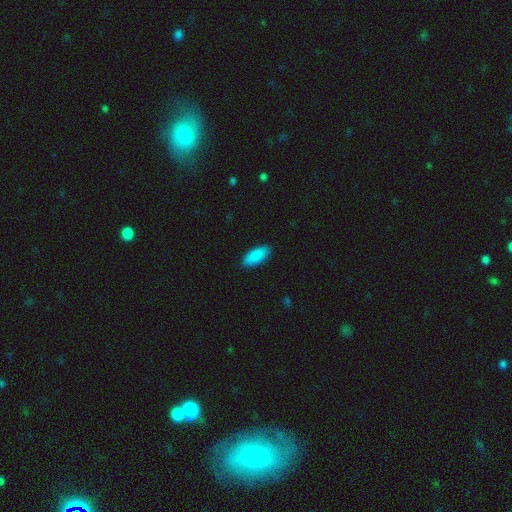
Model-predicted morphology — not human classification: smooth-or-featured: smooth: 90% | star or artifact: 6% | featured or disk: 5%
  how-rounded: in between: 84% | cigar-shaped: 15% | round: 2%
  merging: none: 89% | minor disturbance: 8% | major disturbance: 2% | merger: 1%